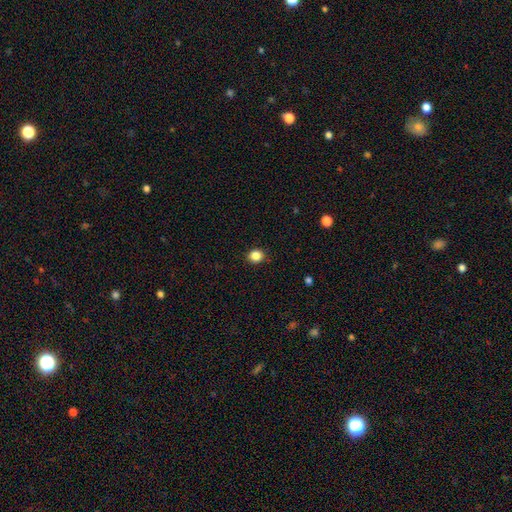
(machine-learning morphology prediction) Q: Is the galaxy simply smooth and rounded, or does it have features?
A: smooth — 85%.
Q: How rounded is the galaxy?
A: round — 83%.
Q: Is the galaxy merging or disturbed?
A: none — 90%.